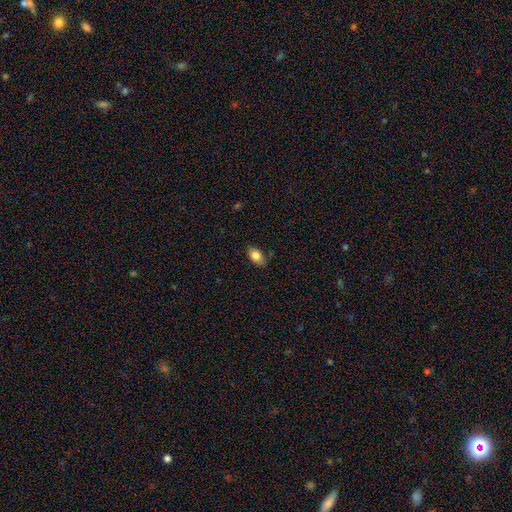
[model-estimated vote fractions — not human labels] smooth_or_featured: smooth (p=0.82) [alt: featured or disk p=0.10]
how_rounded: in between (p=0.84) [alt: round p=0.14]
merging: none (p=0.80) [alt: minor disturbance p=0.16]